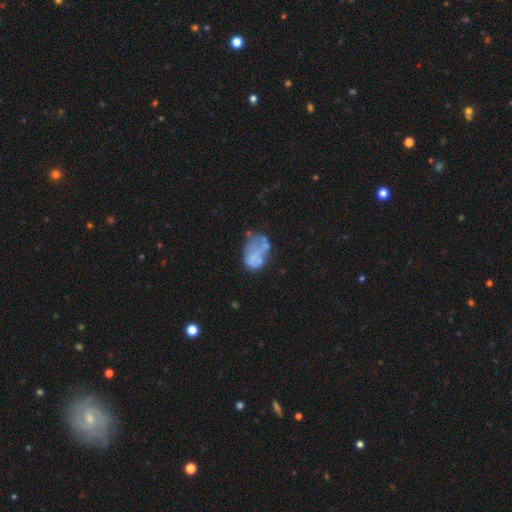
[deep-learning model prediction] This is possibly a featured or disk galaxy (46%). Merging: marginally none (34%).